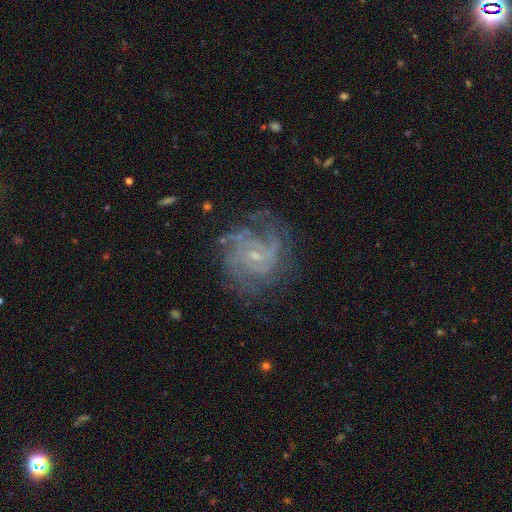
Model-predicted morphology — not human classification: This is clearly a featured or disk galaxy (84%). It is clearly not viewed edge-on (98%). Bar: likely no (62%). Spiral arm pattern: clearly yes (95%). Spiral arm count: marginally can't tell (30%). Spiral winding: possibly tight (55%). Central bulge: likely small (78%). Merging: likely none (72%).